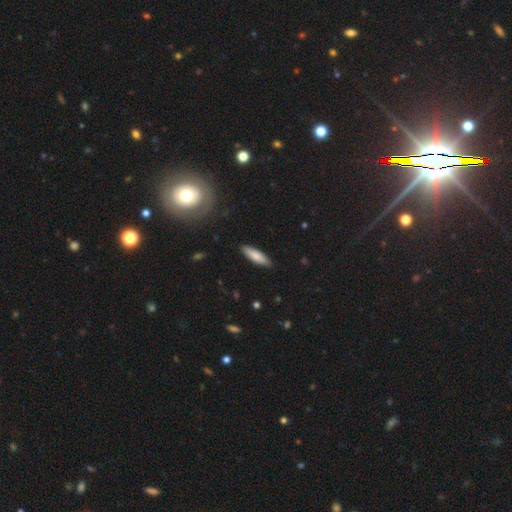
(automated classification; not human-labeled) smooth 80%, featured or disk 15%, star or artifact 6%. Down the decision tree: how rounded — cigar-shaped (69%); merging — none (89%).